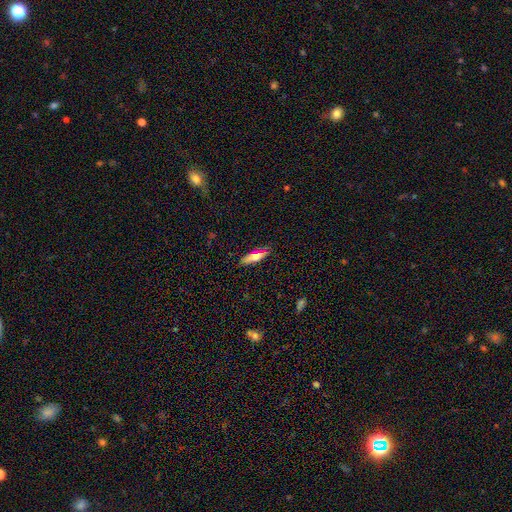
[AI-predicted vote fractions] smooth-or-featured: smooth: 61% | featured or disk: 32% | star or artifact: 7%
  how-rounded: cigar-shaped: 59% | in between: 39% | round: 3%
  merging: none: 85% | minor disturbance: 11% | major disturbance: 3% | merger: 1%